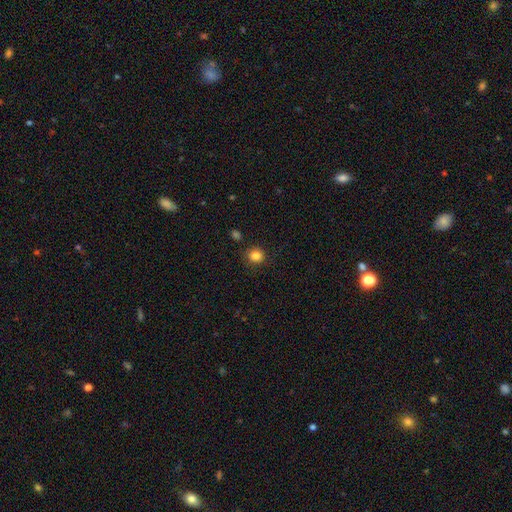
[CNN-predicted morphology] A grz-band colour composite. It shows a smooth galaxy with no disk features (84%) that is round (82%). Merging: none (86%).